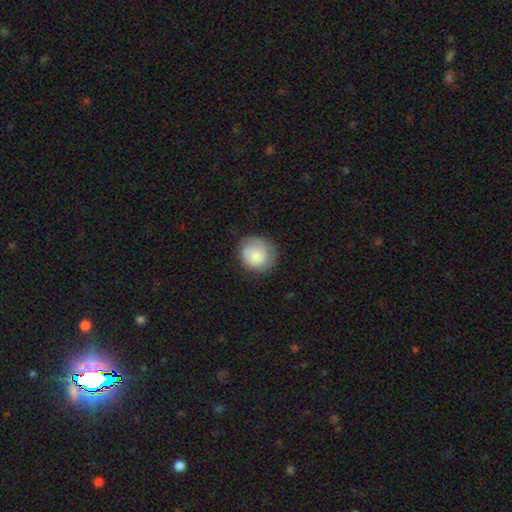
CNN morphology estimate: smooth_or_featured: smooth (p=0.79) [alt: featured or disk p=0.15]
how_rounded: round (p=0.87) [alt: in between p=0.12]
merging: none (p=0.72) [alt: minor disturbance p=0.20]